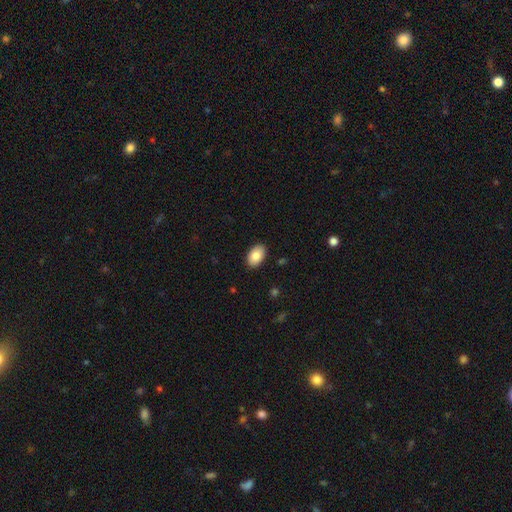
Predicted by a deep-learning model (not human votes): This appears to be a smooth galaxy with no disk features (85%) that is in between round and cigar-shaped (91%). Merging: none (89%).